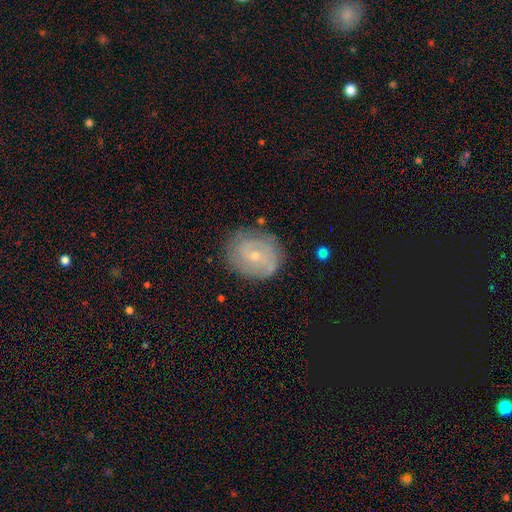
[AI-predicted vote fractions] A featured or disk galaxy (66%) with no bar (61%), 2 (41%) tight (59%) spiral arms (83%) and a small central bulge (70%). Merging: none (79%).